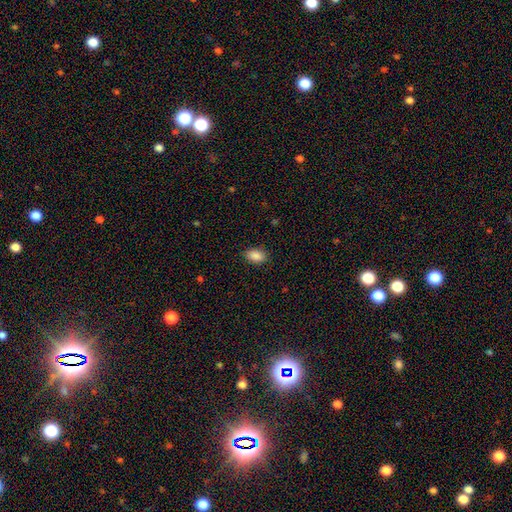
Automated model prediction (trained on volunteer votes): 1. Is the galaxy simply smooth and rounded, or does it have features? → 88% smooth, 8% star or artifact, 4% featured or disk.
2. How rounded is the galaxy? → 92% in between, 6% round, 2% cigar-shaped.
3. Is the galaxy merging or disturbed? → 88% none, 9% minor disturbance, 2% major disturbance, 1% merger.